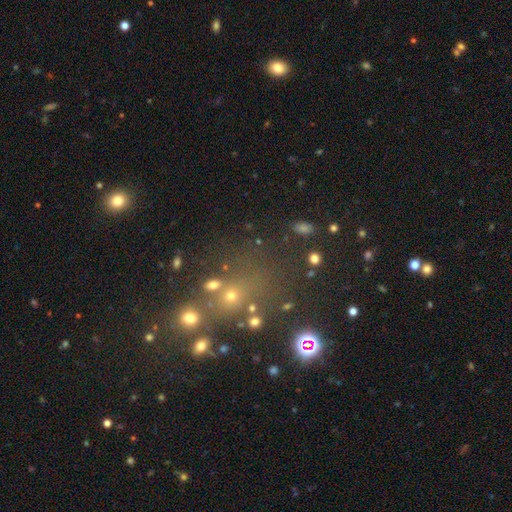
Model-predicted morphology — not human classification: star or artifact 54%, smooth 33%, featured or disk 13%.